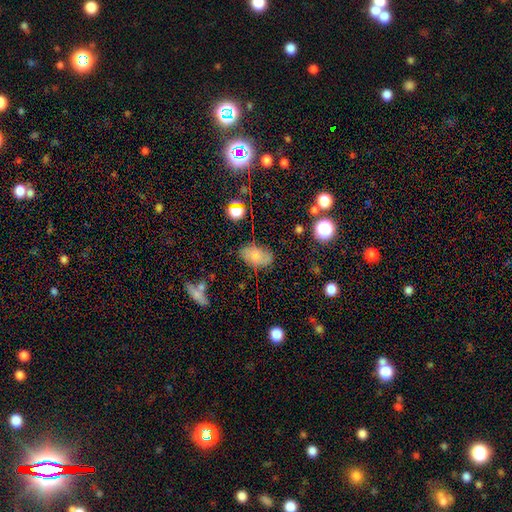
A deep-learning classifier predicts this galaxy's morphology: smooth_or_featured: smooth (p=0.63) [alt: featured or disk p=0.26]
how_rounded: in between (p=0.89) [alt: round p=0.09]
merging: none (p=0.70) [alt: minor disturbance p=0.20]